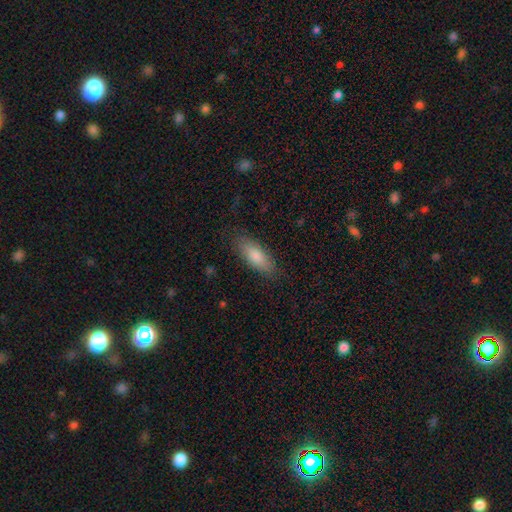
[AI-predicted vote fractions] Overall: smooth (80%). How rounded: in between (69%; cigar-shaped 29%). Merging: none (83%).